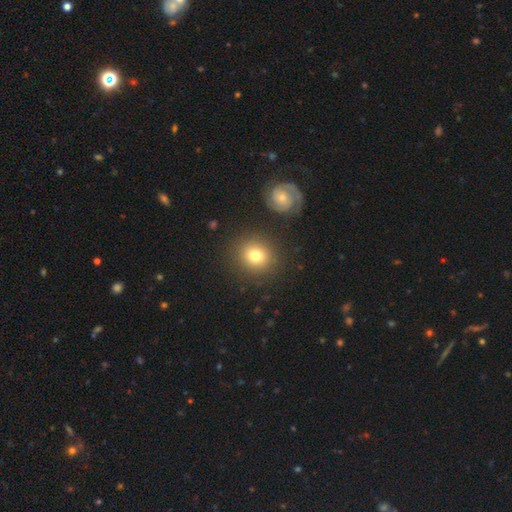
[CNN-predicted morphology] Smooth or featured? smooth (77%)
How rounded? round (83%)
Merging? none (85%)